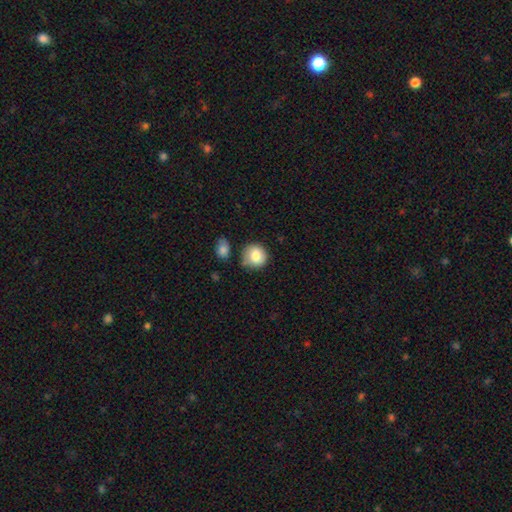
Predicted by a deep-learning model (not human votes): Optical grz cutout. It shows a smooth galaxy with no disk features (82%) that is round (89%). Merging: none (69%).